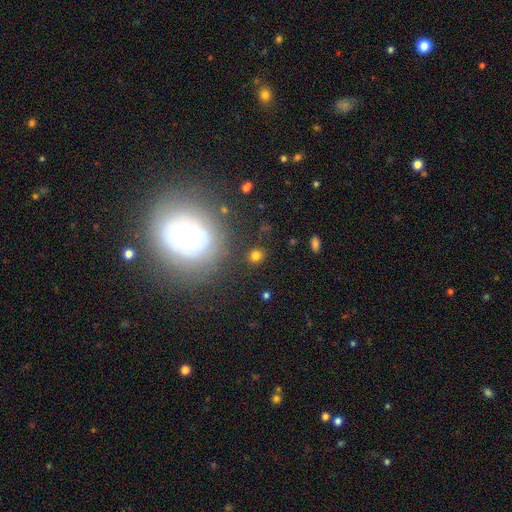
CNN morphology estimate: type=smooth (75%); roundness=round (79%); merging=none (85%).